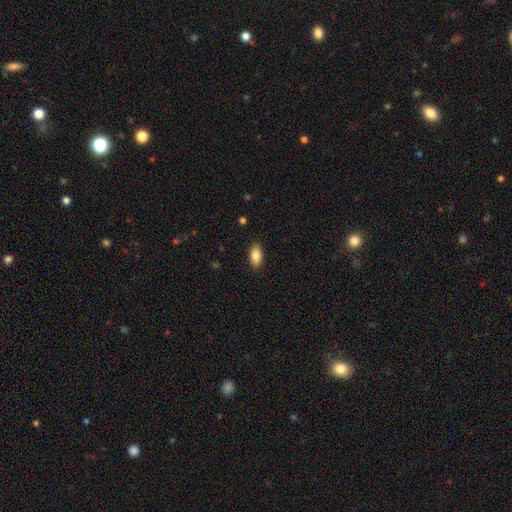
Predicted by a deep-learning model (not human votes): The model was most divided on "smooth or featured": smooth: 86%, star or artifact: 7%, featured or disk: 7%. More confident: how rounded — in between (92%); merging — none (89%).